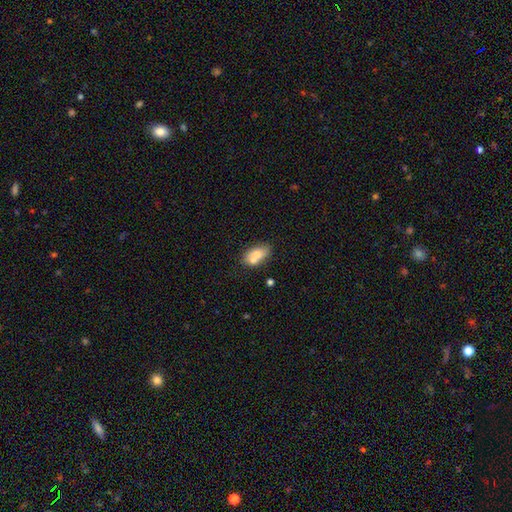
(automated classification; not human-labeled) The model was most divided on "merging": none: 47%, merger: 31%, minor disturbance: 16%, major disturbance: 5%. More confident: how rounded — in between (86%); smooth or featured — smooth (71%).